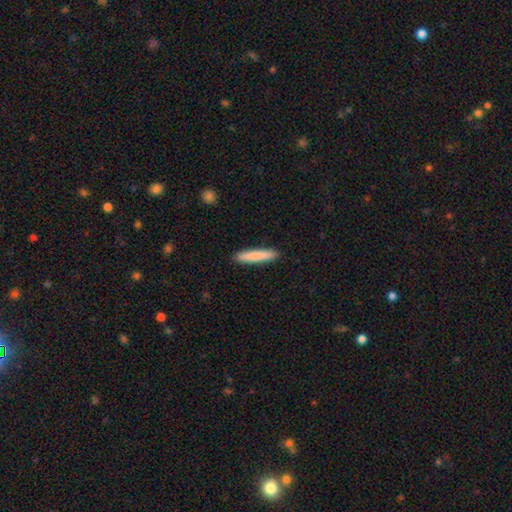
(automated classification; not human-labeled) smooth-or-featured: smooth: 84% | featured or disk: 11% | star or artifact: 5%
  how-rounded: cigar-shaped: 91% | in between: 8% | round: 1%
  merging: none: 91% | minor disturbance: 6% | major disturbance: 1% | merger: 1%